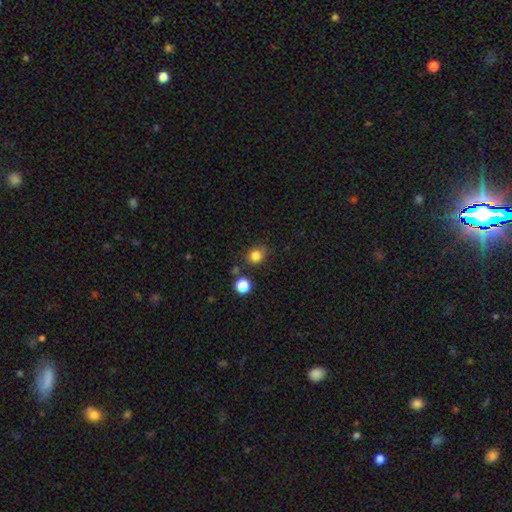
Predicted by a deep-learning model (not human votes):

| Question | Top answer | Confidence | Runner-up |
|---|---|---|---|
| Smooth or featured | smooth | 82% | star or artifact (13%) |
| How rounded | round | 79% | in between (20%) |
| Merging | none | 74% | minor disturbance (16%) |